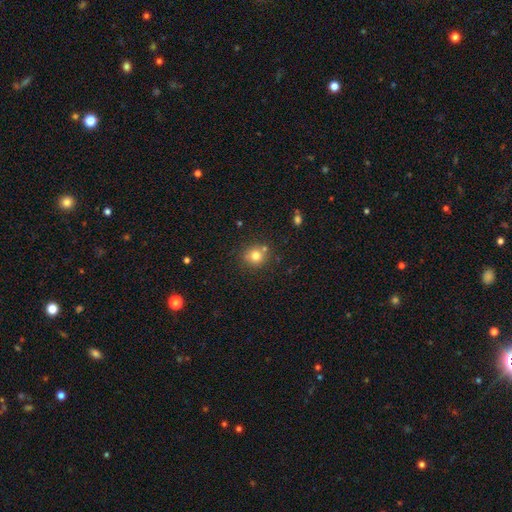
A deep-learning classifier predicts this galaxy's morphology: Smooth or featured? smooth (77%)
How rounded? round (86%)
Merging? none (73%)